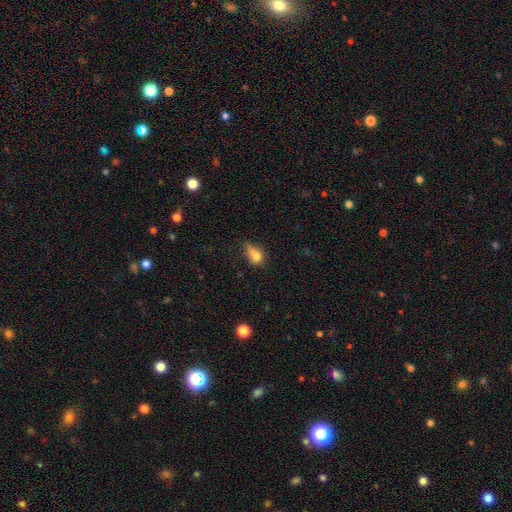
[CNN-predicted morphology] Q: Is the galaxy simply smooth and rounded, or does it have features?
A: smooth — 75%.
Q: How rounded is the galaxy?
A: in between — 65%.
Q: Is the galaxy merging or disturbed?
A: minor disturbance — 37%.